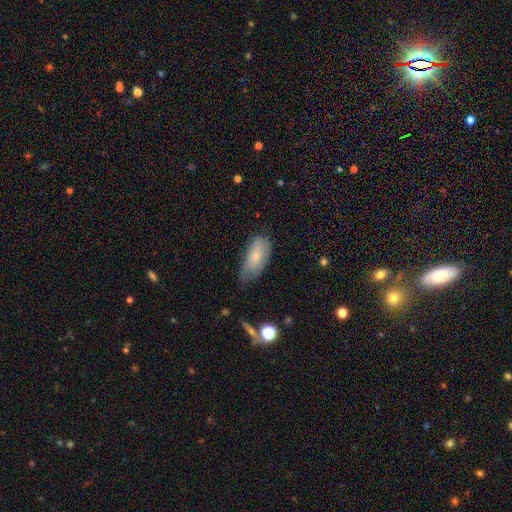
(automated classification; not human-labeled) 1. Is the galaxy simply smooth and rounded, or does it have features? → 71% smooth, 22% featured or disk, 7% star or artifact.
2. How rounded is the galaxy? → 87% in between, 10% cigar-shaped, 3% round.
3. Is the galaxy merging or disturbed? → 49% none, 38% minor disturbance, 10% major disturbance, 2% merger.